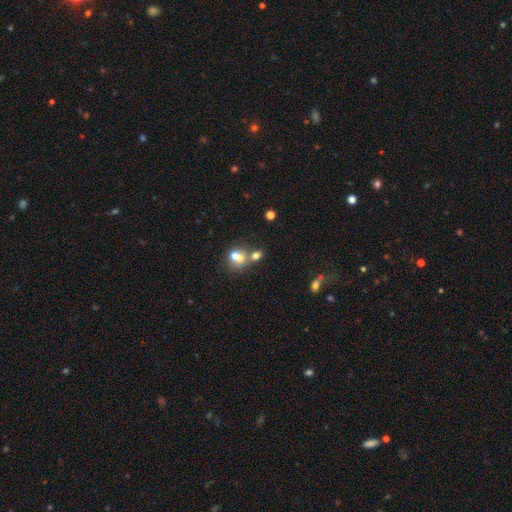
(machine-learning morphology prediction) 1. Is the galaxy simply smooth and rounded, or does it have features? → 63% smooth, 19% featured or disk, 18% star or artifact.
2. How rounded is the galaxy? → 66% round, 33% in between, 1% cigar-shaped.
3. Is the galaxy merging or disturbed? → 53% merger, 34% none, 8% minor disturbance, 5% major disturbance.